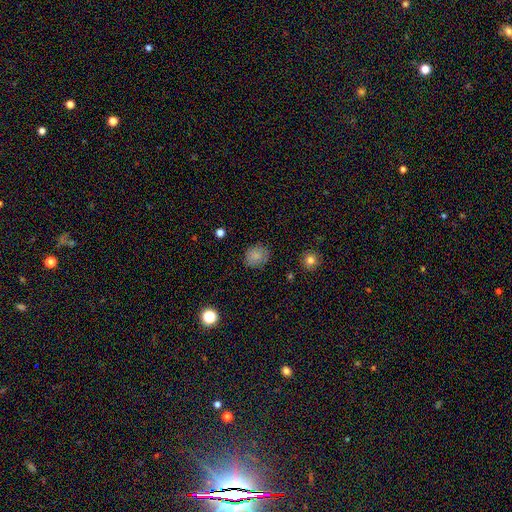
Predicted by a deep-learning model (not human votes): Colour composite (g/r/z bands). It shows a smooth galaxy with no disk features (83%) that is round (75%). Merging: none (82%).